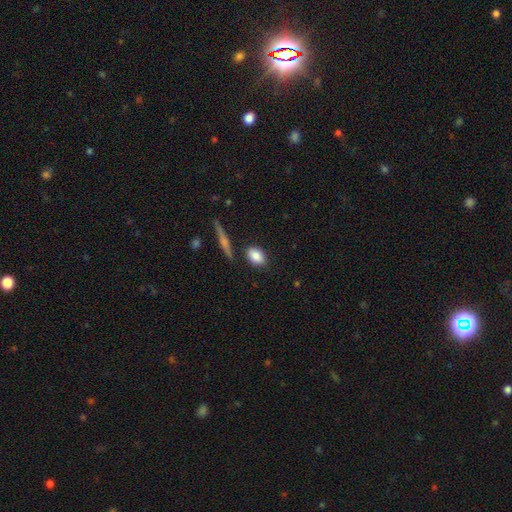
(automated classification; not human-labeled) Overall: smooth (84%). How rounded: in between (80%). Merging: none (82%).